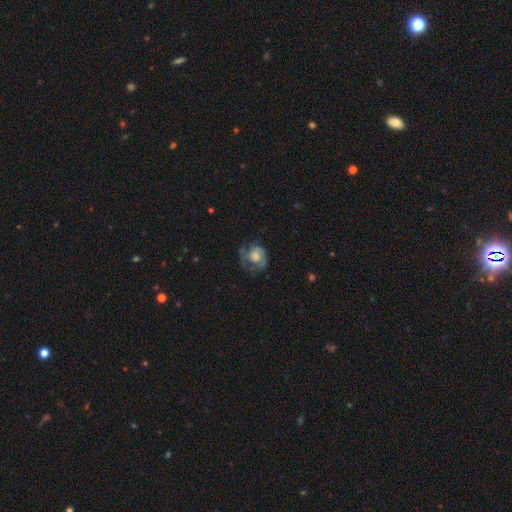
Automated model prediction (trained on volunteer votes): Smooth or featured? featured or disk (56%)
Edge-on disk? no (97%)
Bar? no (78%)
Spiral arms? yes (73%)
Bulge size? moderate (40%)
Merging? none (51%)